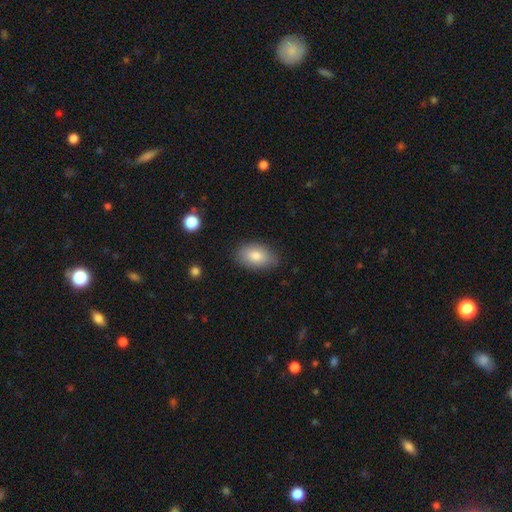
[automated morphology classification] Smooth or featured?
  - smooth: 82% *
  - featured or disk: 11%
  - star or artifact: 7%
How rounded?
  - in between: 89% *
  - round: 9%
  - cigar-shaped: 1%
Merging?
  - none: 82% *
  - minor disturbance: 15%
  - major disturbance: 3%
  - merger: 1%